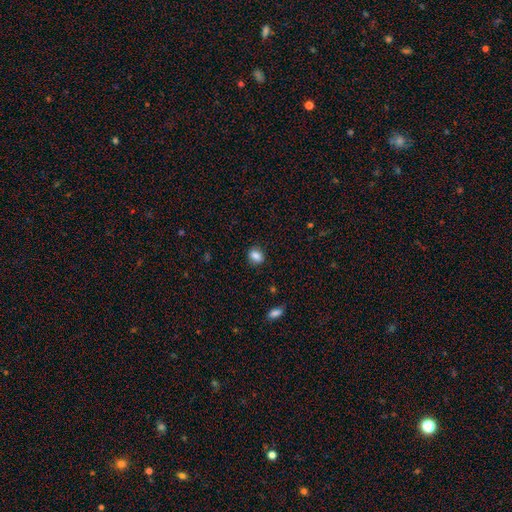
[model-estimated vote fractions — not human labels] smooth_or_featured: smooth (p=0.85) [alt: star or artifact p=0.09]
how_rounded: in between (p=0.52) [alt: round p=0.46]
merging: none (p=0.83) [alt: minor disturbance p=0.12]